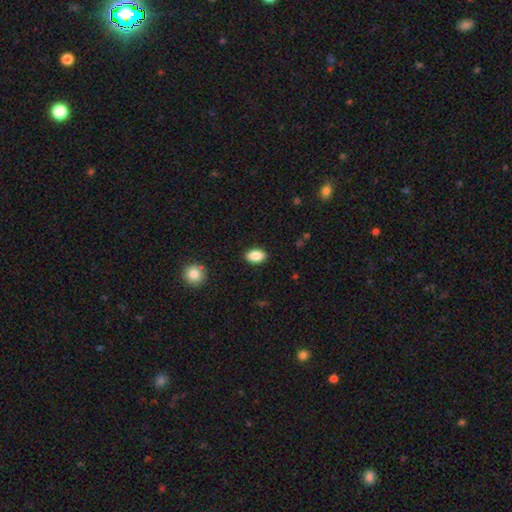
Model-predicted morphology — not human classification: type=smooth (87%); roundness=in between (87%); merging=none (89%).